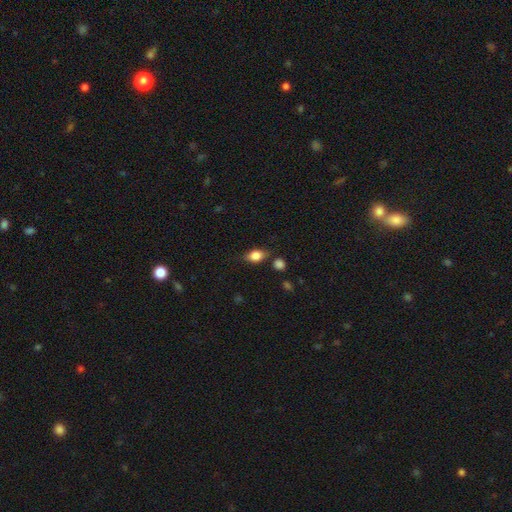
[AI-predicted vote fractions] smooth-or-featured: smooth: 80% | featured or disk: 11% | star or artifact: 9%
  how-rounded: in between: 76% | round: 20% | cigar-shaped: 4%
  merging: none: 70% | minor disturbance: 19% | merger: 6% | major disturbance: 5%